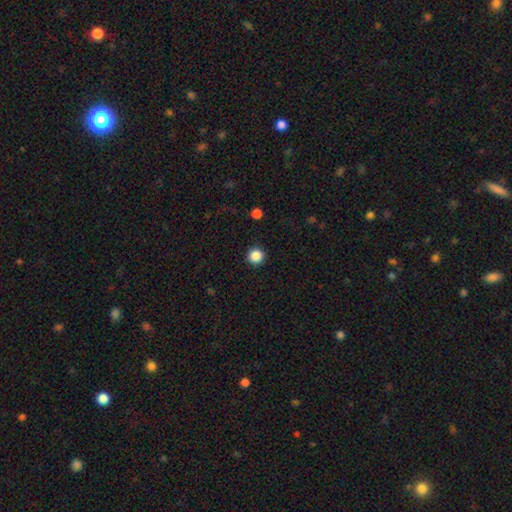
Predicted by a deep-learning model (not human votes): A smooth galaxy with no disk features (86%) that is round (94%).

Vote fractions:
- Smooth or featured? smooth: 86% / star or artifact: 11% / featured or disk: 3%
- How rounded? round: 94% / in between: 5% / cigar-shaped: 1%
- Merging? none: 91% / minor disturbance: 6% / major disturbance: 2% / merger: 1%